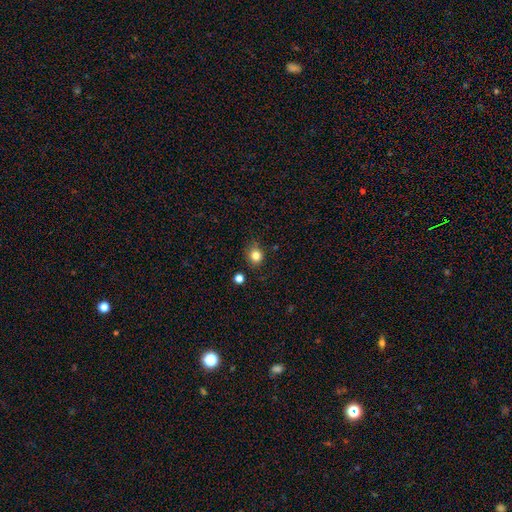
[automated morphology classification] Smooth or featured? Predicted: smooth (p=0.82). How rounded? Predicted: round (p=0.79). Merging? Predicted: none (p=0.80).